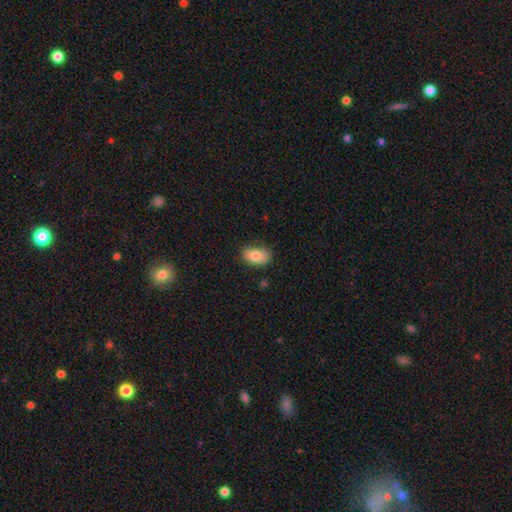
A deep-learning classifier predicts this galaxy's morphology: smooth_or_featured: smooth (p=0.82) [alt: featured or disk p=0.10]
how_rounded: in between (p=0.90) [alt: round p=0.09]
merging: none (p=0.75) [alt: minor disturbance p=0.20]